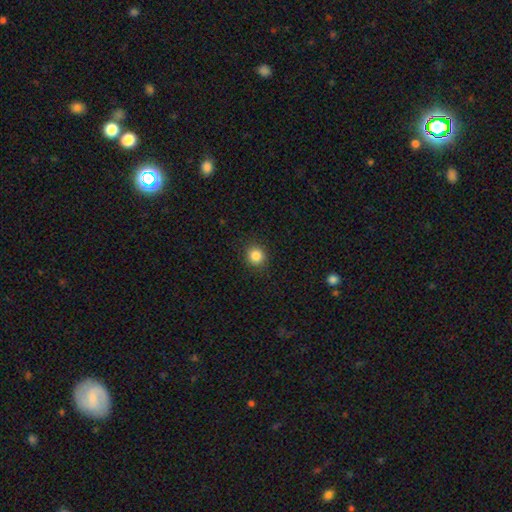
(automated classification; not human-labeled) smooth_or_featured: smooth (p=0.85) [alt: star or artifact p=0.11]
how_rounded: round (p=0.90) [alt: in between p=0.09]
merging: none (p=0.91) [alt: minor disturbance p=0.06]